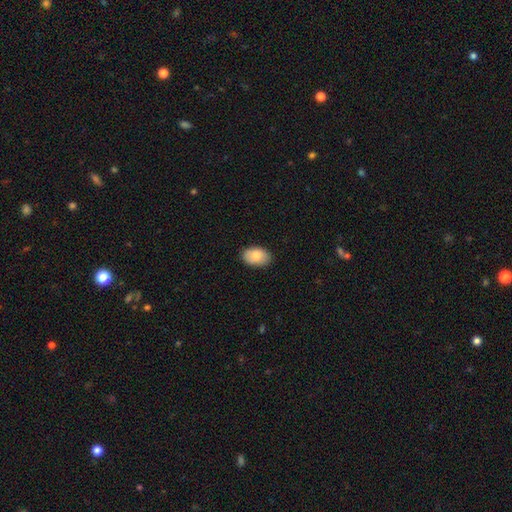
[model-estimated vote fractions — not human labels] Smooth or featured: smooth — 83% (featured or disk — 10%)
How rounded: in between — 91% (round — 8%)
Merging: none — 87% (minor disturbance — 10%)